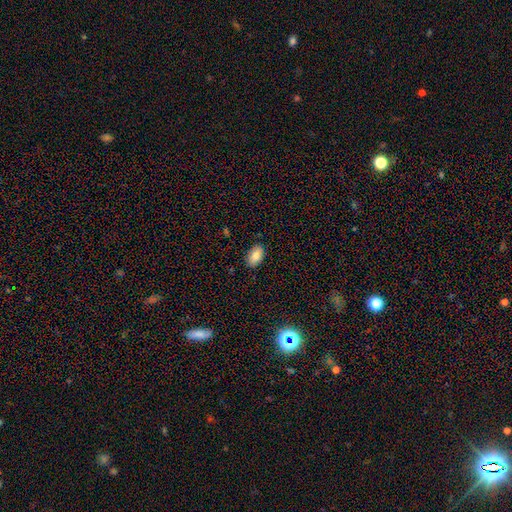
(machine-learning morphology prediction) Smooth or featured?
  - smooth: 82% *
  - featured or disk: 10%
  - star or artifact: 8%
How rounded?
  - in between: 93% *
  - round: 6%
  - cigar-shaped: 2%
Merging?
  - none: 88% *
  - minor disturbance: 9%
  - major disturbance: 2%
  - merger: 1%